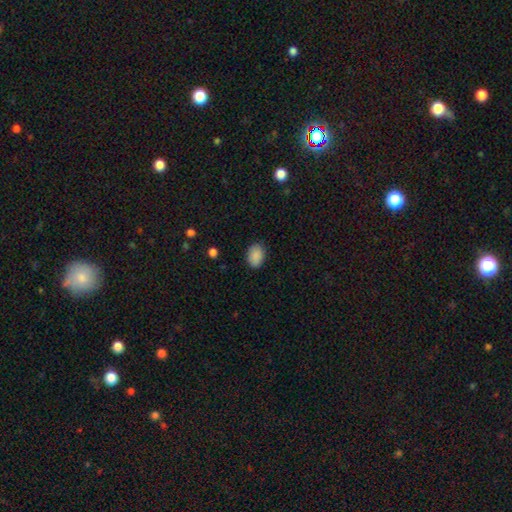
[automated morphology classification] A smooth galaxy with no disk features (90%) that is in between round and cigar-shaped (82%).

Vote fractions:
- Smooth or featured? smooth: 90% / star or artifact: 7% / featured or disk: 3%
- How rounded? in between: 82% / round: 17% / cigar-shaped: 1%
- Merging? none: 86% / minor disturbance: 11% / major disturbance: 3% / merger: 1%